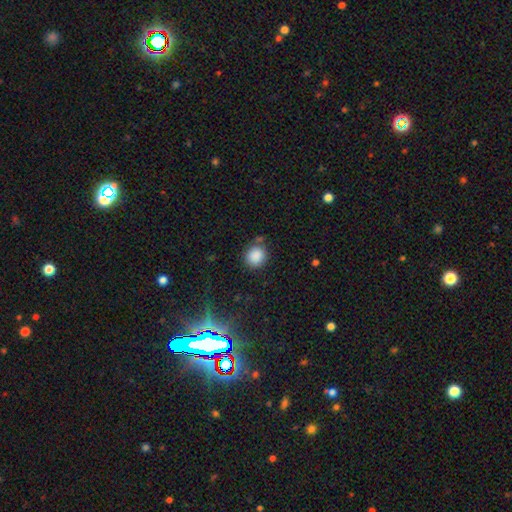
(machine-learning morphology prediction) Smooth or featured?
  - smooth: 86% *
  - star or artifact: 10%
  - featured or disk: 4%
How rounded?
  - round: 84% *
  - in between: 15%
  - cigar-shaped: 1%
Merging?
  - none: 74% *
  - minor disturbance: 15%
  - merger: 6%
  - major disturbance: 5%